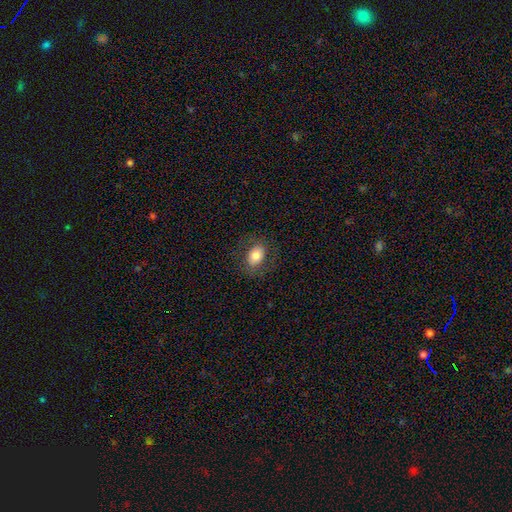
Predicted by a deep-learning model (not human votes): smooth-or-featured: smooth: 77% | featured or disk: 14% | star or artifact: 8%
  how-rounded: in between: 78% | round: 21% | cigar-shaped: 1%
  merging: none: 80% | minor disturbance: 13% | major disturbance: 7% | merger: 1%